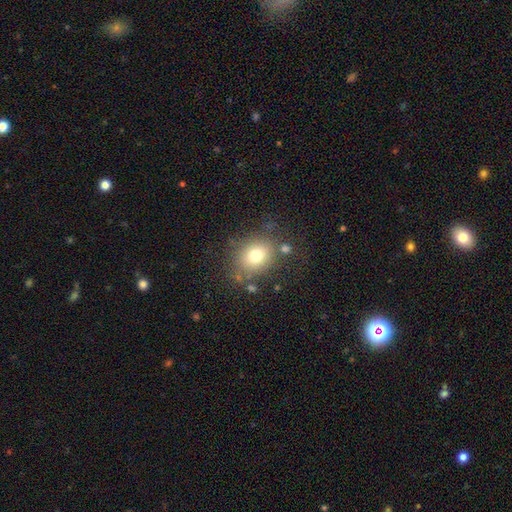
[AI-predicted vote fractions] Overall: smooth (75%). How rounded: round (57%; in between 42%). Merging: none (73%).